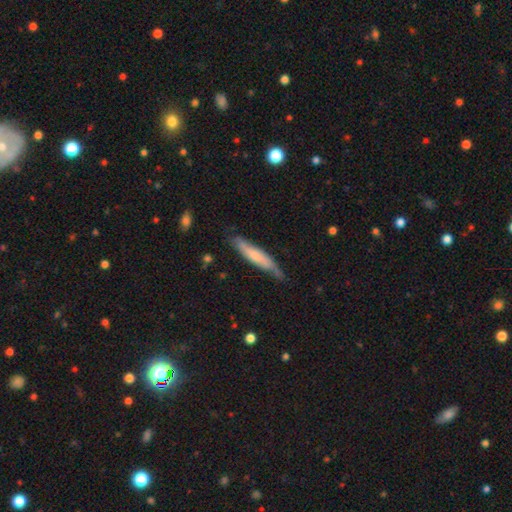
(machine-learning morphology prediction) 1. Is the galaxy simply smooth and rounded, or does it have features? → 57% smooth, 38% featured or disk, 6% star or artifact.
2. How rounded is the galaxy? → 88% cigar-shaped, 11% in between, 1% round.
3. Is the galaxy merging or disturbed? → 66% none, 27% minor disturbance, 5% major disturbance, 2% merger.